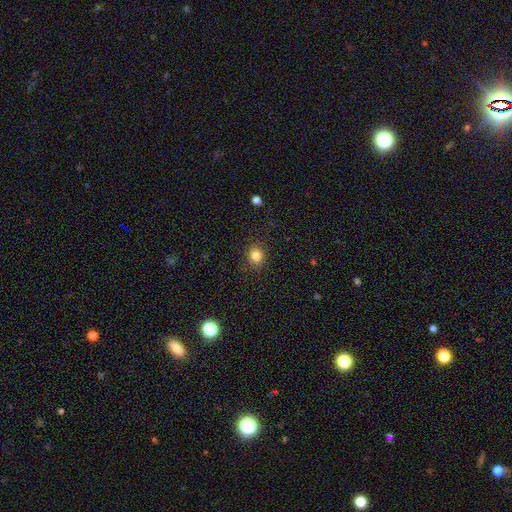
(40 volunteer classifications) Q: Smooth or featured?
A: smooth (88%); runner-up: featured or disk (10%)
Q: How rounded?
A: round (83%); runner-up: in between (17%)
Q: Merging?
A: none (79%); runner-up: minor disturbance (21%)